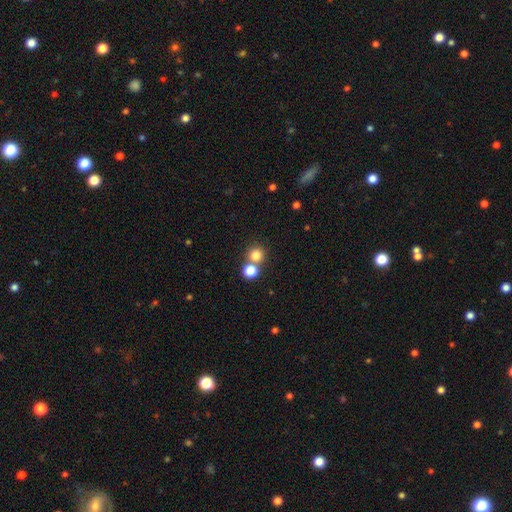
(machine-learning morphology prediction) A smooth galaxy with no disk features (80%) that is round (91%).

Vote fractions:
- Smooth or featured? smooth: 80% / star or artifact: 13% / featured or disk: 6%
- How rounded? round: 91% / in between: 8% / cigar-shaped: 1%
- Merging? none: 61% / merger: 30% / minor disturbance: 6% / major disturbance: 3%